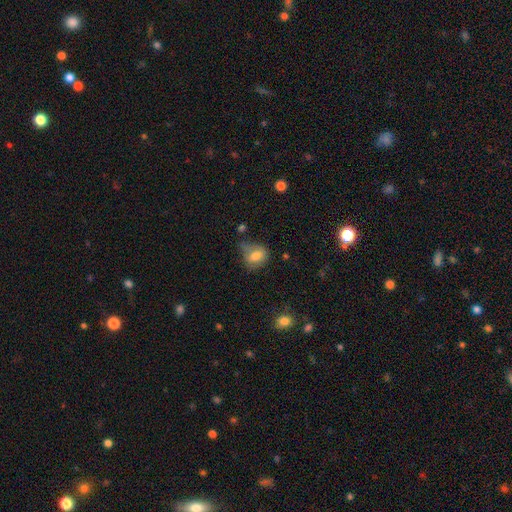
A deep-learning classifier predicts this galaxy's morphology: Smooth or featured: smooth — 73% (featured or disk — 18%)
How rounded: in between — 55% (round — 44%)
Merging: none — 43% (minor disturbance — 34%)